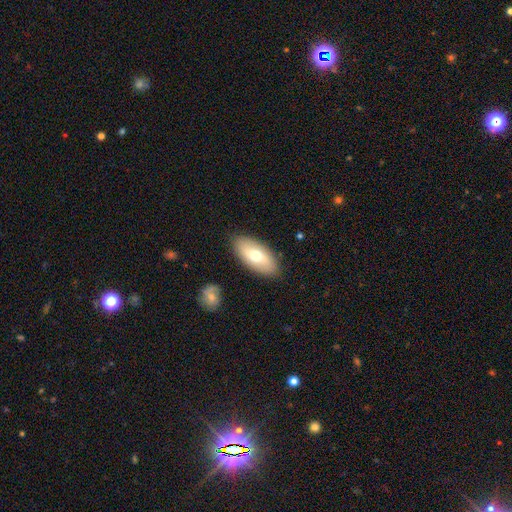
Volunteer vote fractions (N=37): This is possibly a smooth galaxy (57%). How rounded: clearly in between (95%). Merging: clearly none (100%).